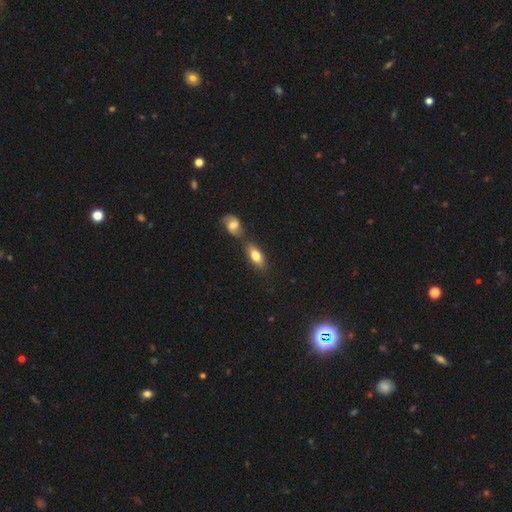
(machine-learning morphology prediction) Q: Smooth or featured?
A: smooth (75%); runner-up: featured or disk (17%)
Q: How rounded?
A: in between (84%); runner-up: cigar-shaped (11%)
Q: Merging?
A: none (50%); runner-up: merger (35%)